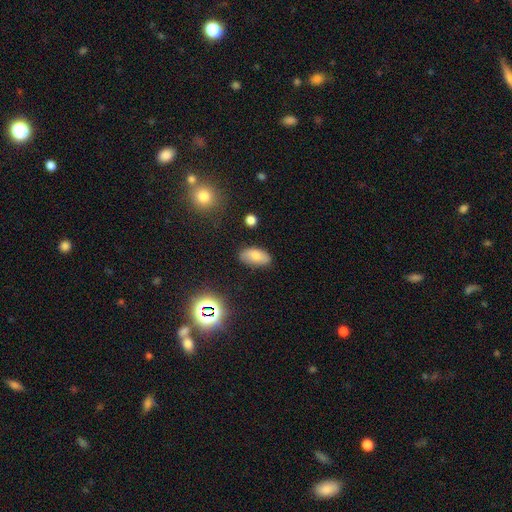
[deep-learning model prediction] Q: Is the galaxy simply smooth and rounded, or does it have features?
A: smooth — 76%.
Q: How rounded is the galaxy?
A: in between — 93%.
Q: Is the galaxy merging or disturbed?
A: none — 79%.